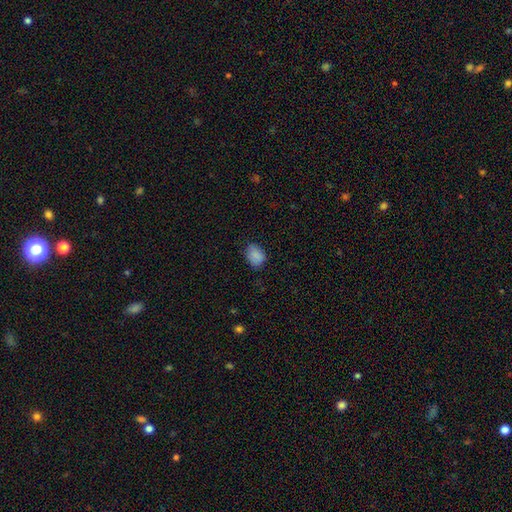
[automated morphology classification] Smooth or featured: smooth — 86% (star or artifact — 8%)
How rounded: in between — 70% (round — 29%)
Merging: none — 72% (minor disturbance — 23%)